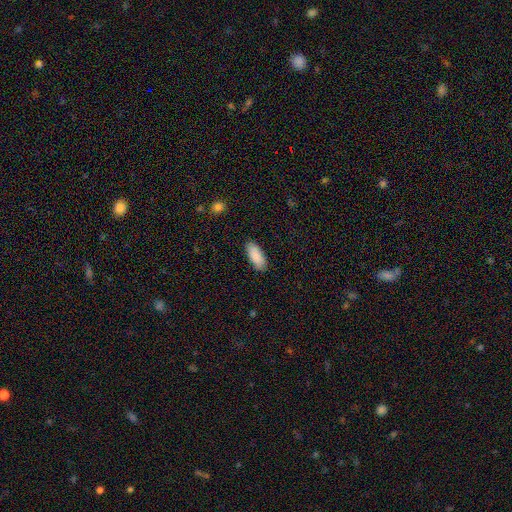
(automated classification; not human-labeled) Overall: smooth (90%). How rounded: in between (83%). Merging: none (87%).